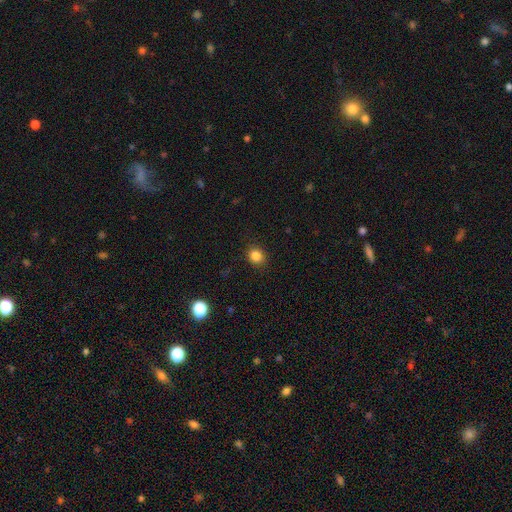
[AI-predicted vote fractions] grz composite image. It shows a smooth galaxy with no disk features (85%) that is round (76%). Merging: none (88%).